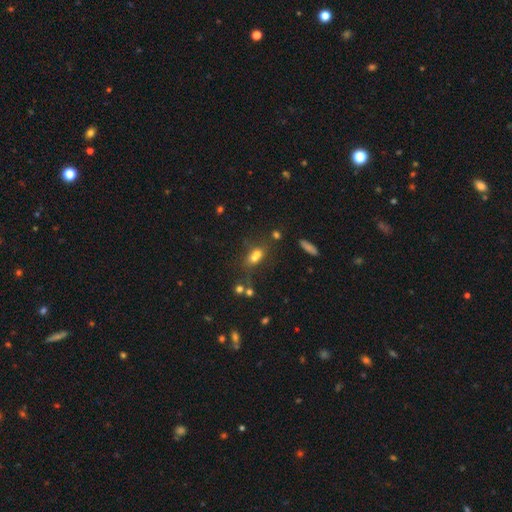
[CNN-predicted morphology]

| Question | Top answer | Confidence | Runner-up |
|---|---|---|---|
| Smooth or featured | smooth | 60% | star or artifact (23%) |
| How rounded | in between | 55% | round (36%) |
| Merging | merger | 48% | none (35%) |